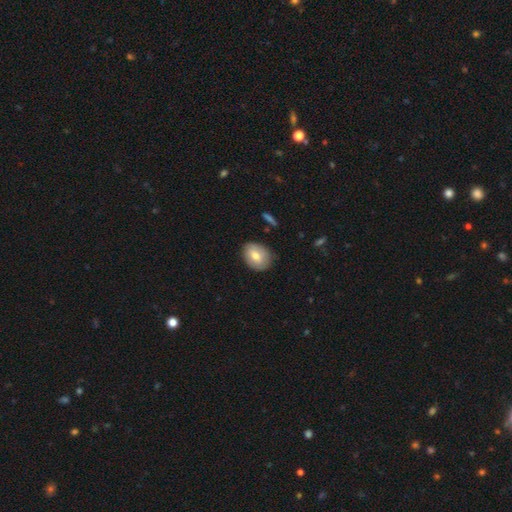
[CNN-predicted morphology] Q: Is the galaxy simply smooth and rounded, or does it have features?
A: smooth — 71%.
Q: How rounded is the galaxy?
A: in between — 57%.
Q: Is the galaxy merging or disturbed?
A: none — 81%.